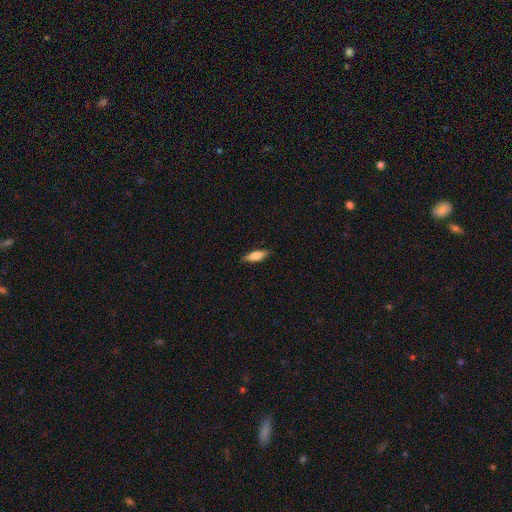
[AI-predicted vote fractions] This is likely a smooth galaxy (70%). How rounded: possibly in between (54%). Merging: clearly none (86%).